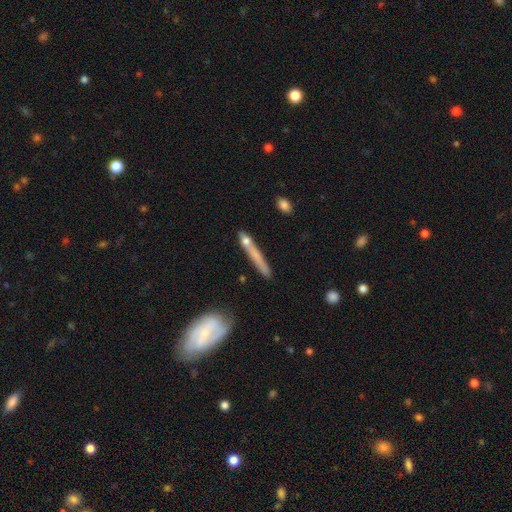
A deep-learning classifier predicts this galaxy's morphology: This is possibly a smooth galaxy (55%). How rounded: clearly cigar-shaped (93%). Merging: likely none (66%).